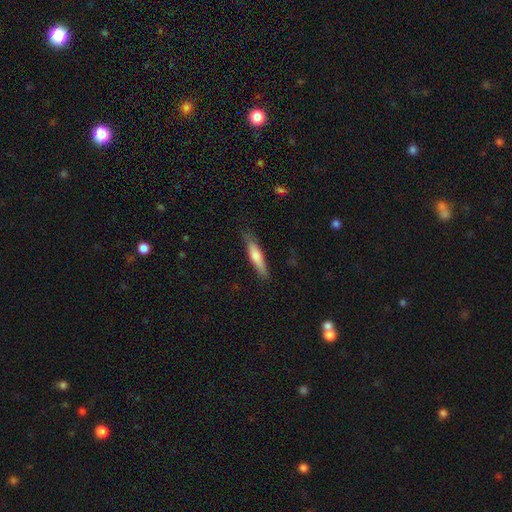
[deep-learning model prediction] smooth-or-featured: smooth: 62% | featured or disk: 32% | star or artifact: 6%
  how-rounded: cigar-shaped: 85% | in between: 13% | round: 1%
  merging: none: 84% | minor disturbance: 13% | major disturbance: 2% | merger: 1%